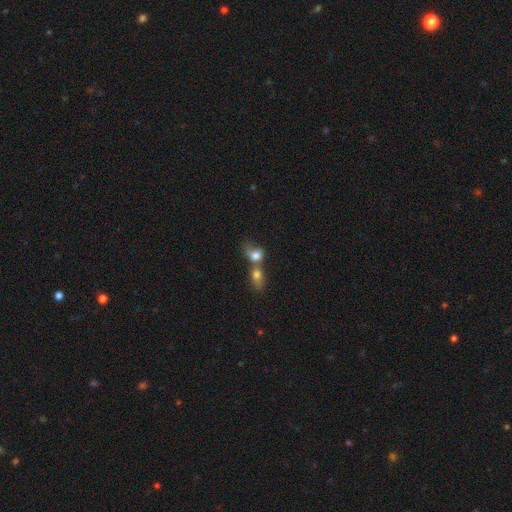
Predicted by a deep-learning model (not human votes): A smooth galaxy with no disk features (75%) that is in between round and cigar-shaped (51%).

Vote fractions:
- Smooth or featured? smooth: 75% / featured or disk: 15% / star or artifact: 9%
- How rounded? in between: 51% / round: 46% / cigar-shaped: 3%
- Merging? merger: 75% / none: 12% / major disturbance: 7% / minor disturbance: 6%